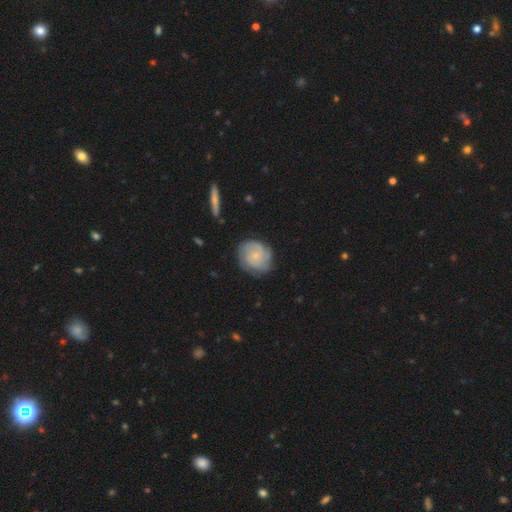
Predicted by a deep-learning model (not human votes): featured or disk 61%, smooth 33%, star or artifact 6%. Down the decision tree: edge-on disk — no (98%); bar — no (77%); spiral arms — yes (89%); spiral arm count — can't tell (37%); spiral winding — tight (59%); bulge size — small (76%); merging — none (73%).